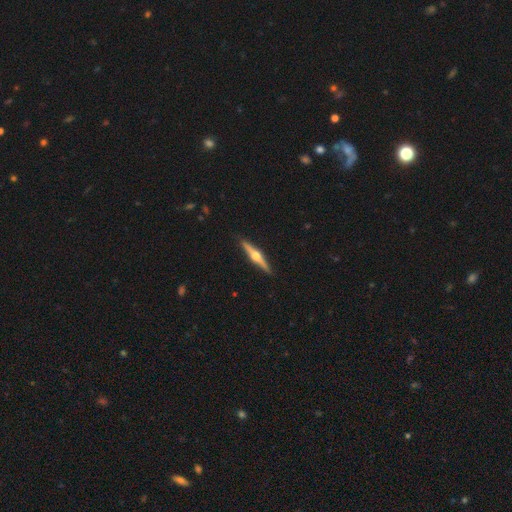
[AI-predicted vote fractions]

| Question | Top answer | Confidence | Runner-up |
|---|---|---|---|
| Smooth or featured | featured or disk | 79% | smooth (17%) |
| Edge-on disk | yes | 98% | no (2%) |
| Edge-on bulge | rounded | 96% | boxy (2%) |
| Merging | none | 92% | minor disturbance (6%) |